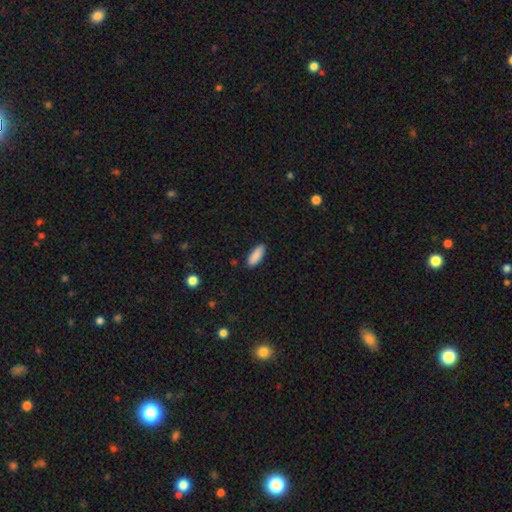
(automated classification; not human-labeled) Smooth or featured? Predicted: smooth (p=0.89). How rounded? Predicted: in between (p=0.70). Merging? Predicted: none (p=0.87).